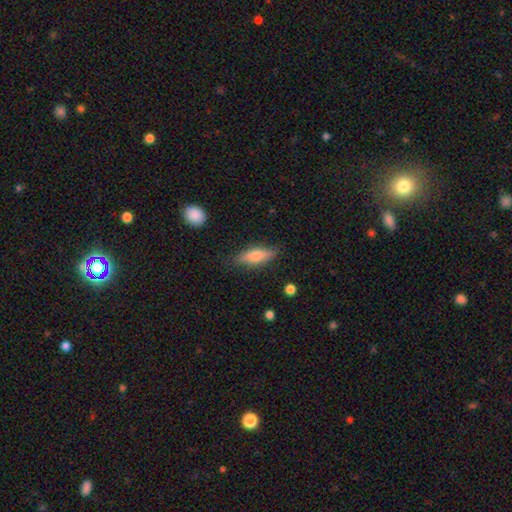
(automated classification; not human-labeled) Smooth or featured? Predicted: smooth (p=0.59). How rounded? Predicted: cigar-shaped (p=0.51). Merging? Predicted: none (p=0.82).